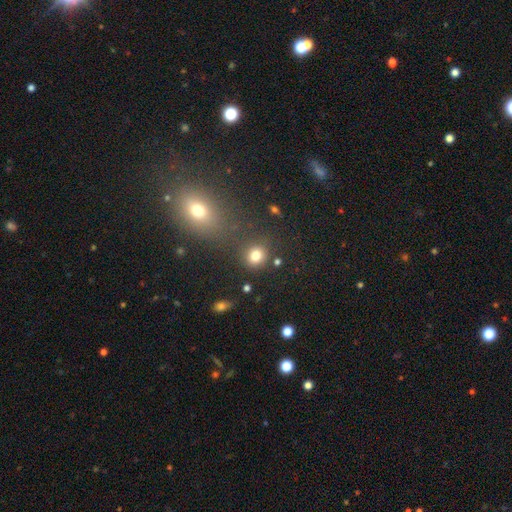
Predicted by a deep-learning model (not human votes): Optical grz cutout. It shows a smooth galaxy with no disk features (79%) that is round (82%). Merging: none (77%).